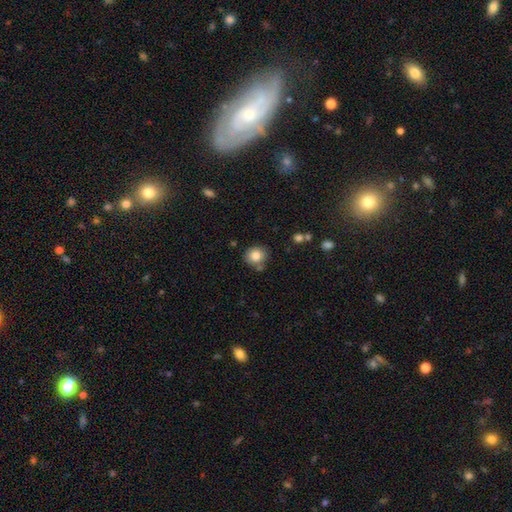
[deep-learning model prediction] smooth_or_featured: smooth (p=0.83) [alt: star or artifact p=0.10]
how_rounded: round (p=0.83) [alt: in between p=0.16]
merging: none (p=0.75) [alt: minor disturbance p=0.13]